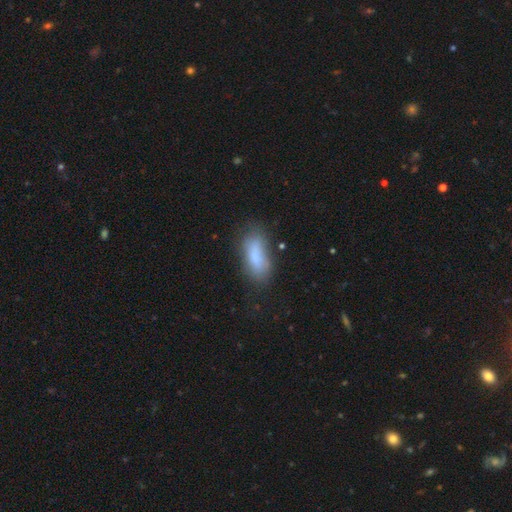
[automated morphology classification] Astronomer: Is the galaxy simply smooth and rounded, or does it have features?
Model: smooth — 81%.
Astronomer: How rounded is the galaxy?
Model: in between — 80%.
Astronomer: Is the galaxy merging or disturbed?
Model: none — 63%.